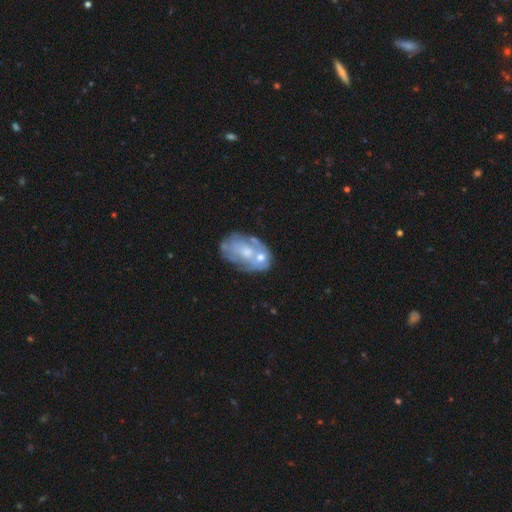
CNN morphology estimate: Overall: featured or disk (60%; smooth 32%). Edge-on disk: no (97%). Bar: no (85%). Spiral arms: no (71%). Bulge size: moderate (45%; small 37%). Merging: none (40%; merger 27%).